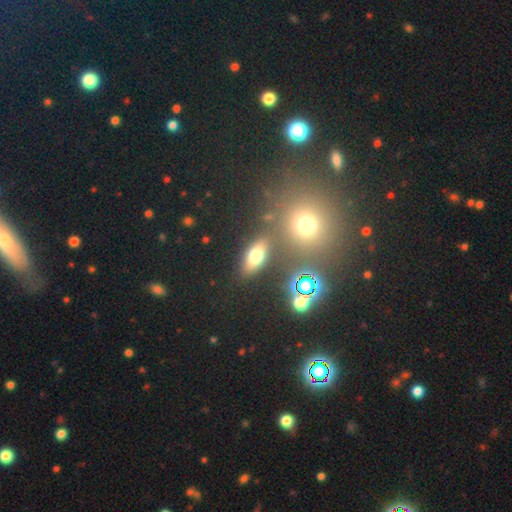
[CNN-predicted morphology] smooth 65%, featured or disk 17%, star or artifact 17%. Down the decision tree: how rounded — in between (74%); merging — none (79%).